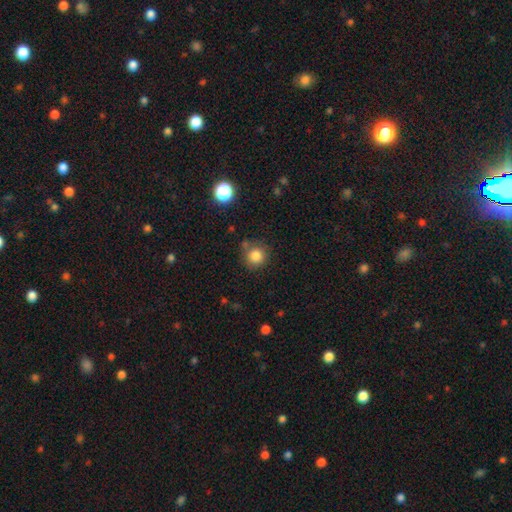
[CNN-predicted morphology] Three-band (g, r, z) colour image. It shows a smooth galaxy with no disk features (83%) that is round (92%). Merging: none (75%).